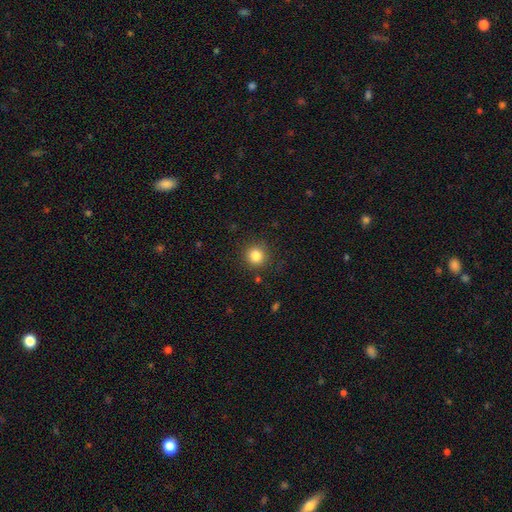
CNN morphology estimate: Overall: smooth (84%). How rounded: round (92%). Merging: none (88%).